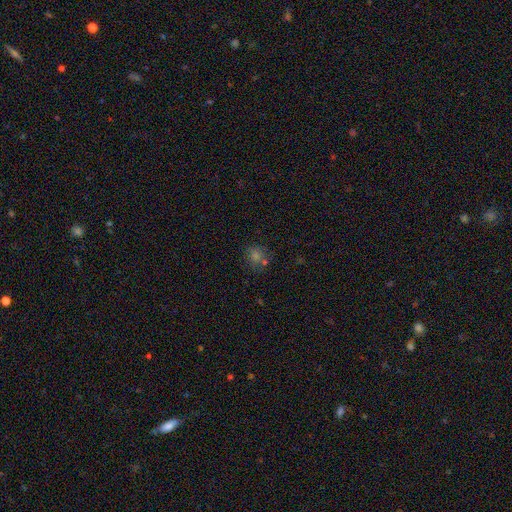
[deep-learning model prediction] This is possibly a smooth galaxy (59%). How rounded: clearly round (82%). Merging: likely none (69%).